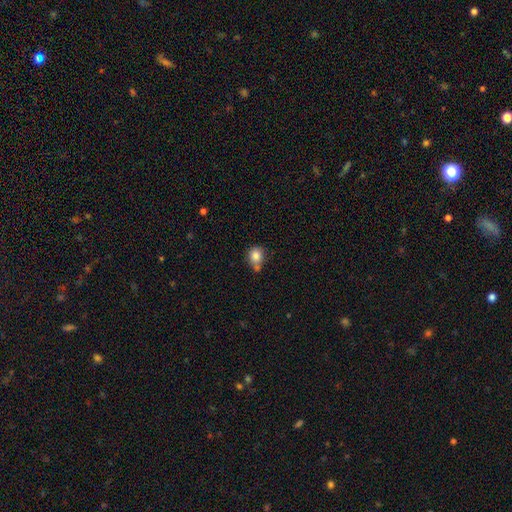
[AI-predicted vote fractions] smooth-or-featured: smooth: 83% | star or artifact: 10% | featured or disk: 8%
  how-rounded: round: 76% | in between: 23% | cigar-shaped: 1%
  merging: none: 57% | merger: 21% | minor disturbance: 17% | major disturbance: 4%